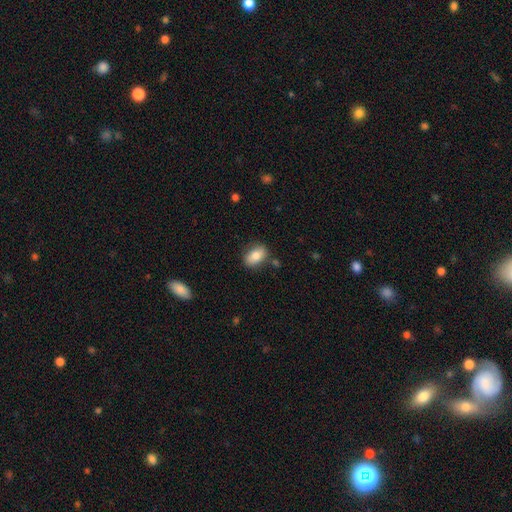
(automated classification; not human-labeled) Smooth or featured? Predicted: smooth (p=0.81). How rounded? Predicted: in between (p=0.88). Merging? Predicted: none (p=0.80).